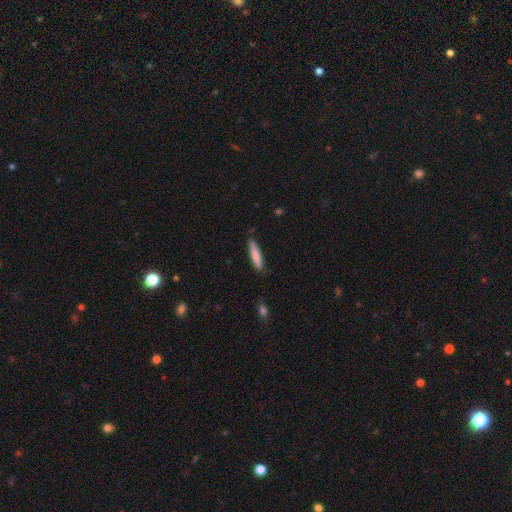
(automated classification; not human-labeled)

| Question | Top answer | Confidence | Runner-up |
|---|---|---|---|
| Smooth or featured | smooth | 82% | featured or disk (12%) |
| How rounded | cigar-shaped | 84% | in between (14%) |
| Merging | none | 83% | minor disturbance (13%) |